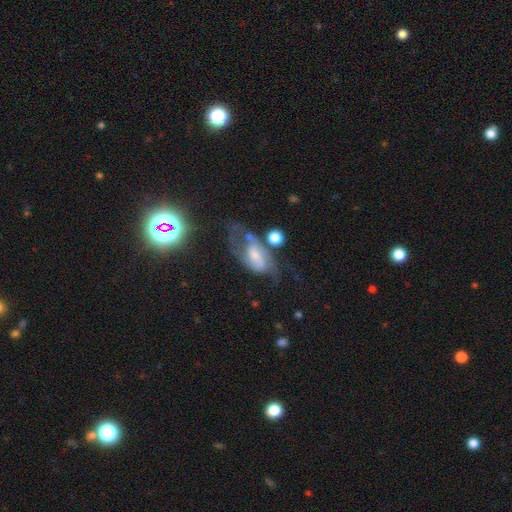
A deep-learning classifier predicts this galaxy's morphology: Q: Smooth or featured?
A: featured or disk (68%); runner-up: smooth (22%)
Q: Edge-on disk?
A: no (94%); runner-up: yes (6%)
Q: Bar?
A: no (43%); runner-up: weak (41%)
Q: Spiral arms?
A: yes (83%); runner-up: no (17%)
Q: Spiral winding?
A: medium (46%); runner-up: loose (35%)
Q: Spiral arm count?
A: 2 (75%); runner-up: can't tell (14%)
Q: Bulge size?
A: small (36%); runner-up: moderate (35%)
Q: Merging?
A: none (36%); runner-up: major disturbance (32%)